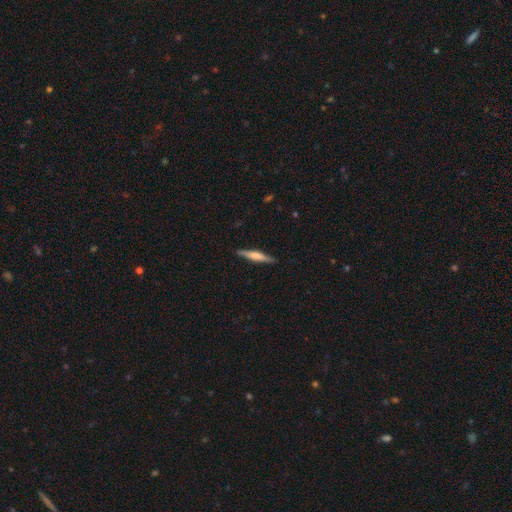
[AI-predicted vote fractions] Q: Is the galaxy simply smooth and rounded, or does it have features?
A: featured or disk — 51%.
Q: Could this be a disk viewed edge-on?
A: yes — 97%.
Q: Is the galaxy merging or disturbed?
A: none — 90%.